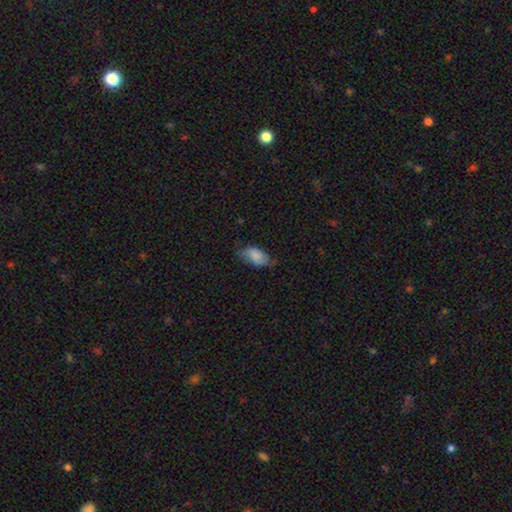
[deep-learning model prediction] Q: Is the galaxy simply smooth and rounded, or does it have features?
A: smooth — 79%.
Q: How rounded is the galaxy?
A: in between — 93%.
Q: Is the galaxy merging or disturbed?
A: none — 55%.